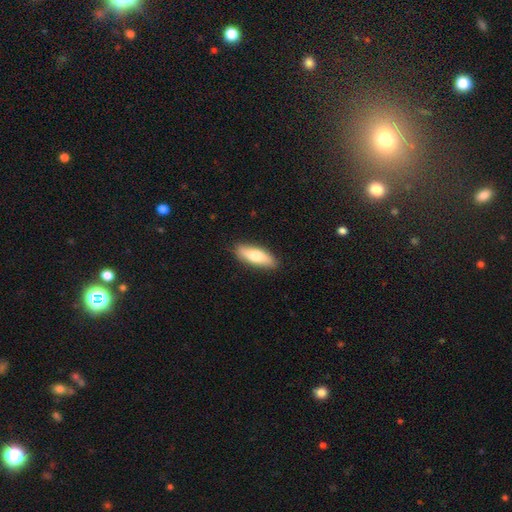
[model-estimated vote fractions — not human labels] Q: Smooth or featured?
A: smooth (72%); runner-up: featured or disk (23%)
Q: How rounded?
A: in between (56%); runner-up: cigar-shaped (41%)
Q: Merging?
A: none (88%); runner-up: minor disturbance (10%)